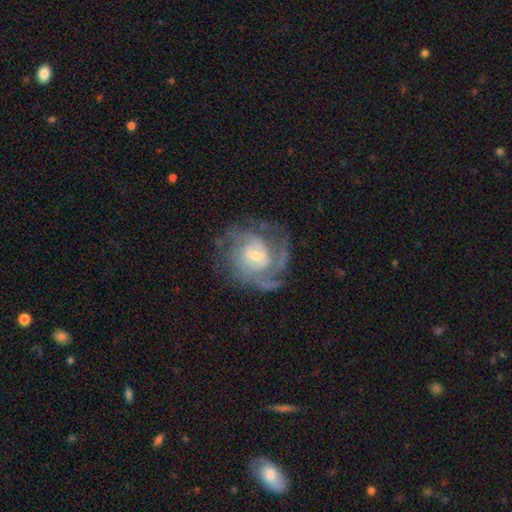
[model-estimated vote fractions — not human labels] Smooth or featured?
  - featured or disk: 86% *
  - smooth: 8%
  - star or artifact: 6%
Edge-on disk?
  - no: 97% *
  - yes: 3%
Bar?
  - no: 51% *
  - weak: 39%
  - strong: 10%
Spiral arms?
  - yes: 96% *
  - no: 4%
Spiral winding?
  - tight: 57% *
  - medium: 35%
  - loose: 8%
Spiral arm count?
  - 2: 26% * (tied)
  - can't tell: 26% * (tied)
  - 3: 25%
  - 4: 11%
  - 1: 6%
  - more than 4: 6%
Bulge size?
  - small: 55% *
  - moderate: 37%
  - large: 4%
  - none: 2%
  - dominant: 1%
Merging?
  - none: 69% *
  - minor disturbance: 17%
  - major disturbance: 12%
  - merger: 2%